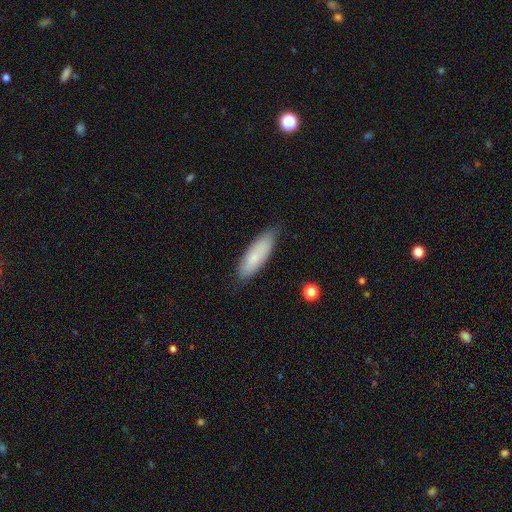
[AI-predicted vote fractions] smooth-or-featured: smooth: 80% | featured or disk: 14% | star or artifact: 7%
  how-rounded: in between: 55% | cigar-shaped: 43% | round: 2%
  merging: none: 81% | minor disturbance: 15% | major disturbance: 2% | merger: 1%